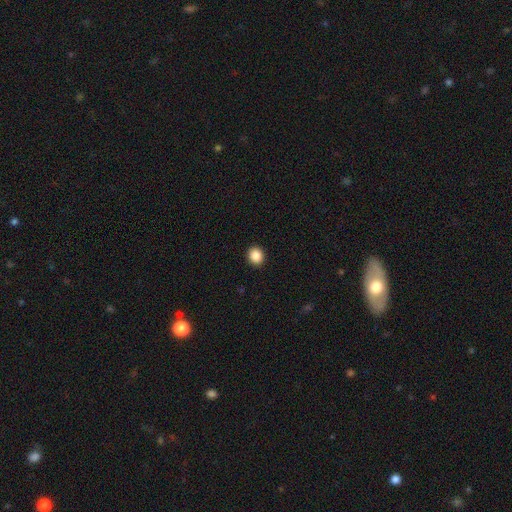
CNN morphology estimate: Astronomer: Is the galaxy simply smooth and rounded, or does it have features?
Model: smooth — 88%.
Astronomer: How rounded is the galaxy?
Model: round — 78%.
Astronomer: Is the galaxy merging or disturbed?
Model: none — 93%.